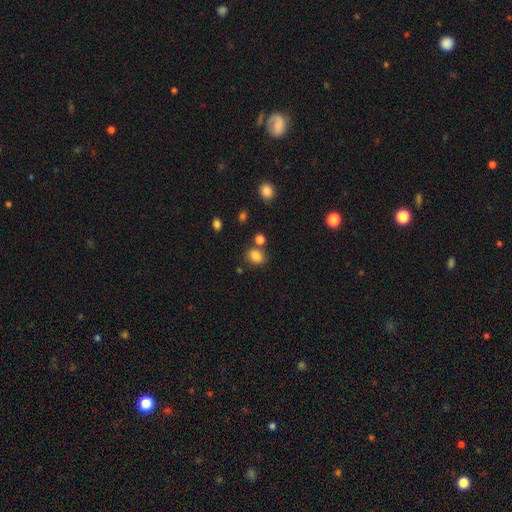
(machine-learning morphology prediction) A smooth galaxy with no disk features (82%) that is round (50%). Merging: none (71%).